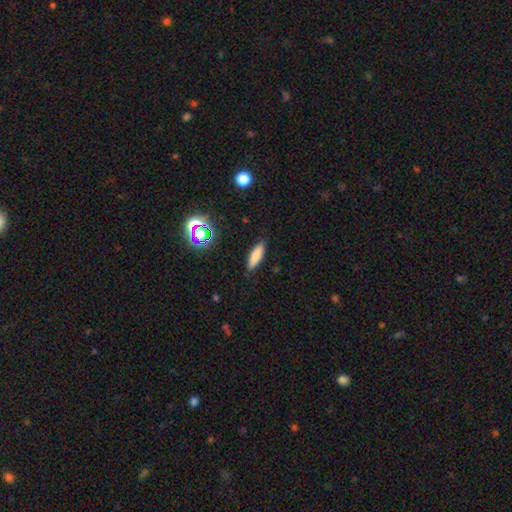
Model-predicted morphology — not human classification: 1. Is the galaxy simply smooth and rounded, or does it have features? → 78% smooth, 12% featured or disk, 10% star or artifact.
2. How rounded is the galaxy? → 54% cigar-shaped, 43% in between, 2% round.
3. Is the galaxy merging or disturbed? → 87% none, 9% minor disturbance, 2% major disturbance, 1% merger.